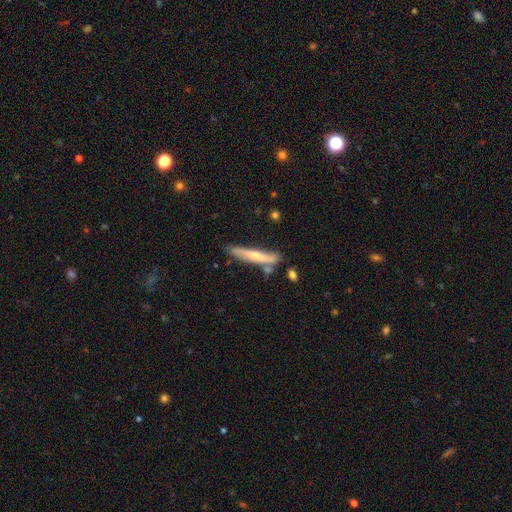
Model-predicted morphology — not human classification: type=featured or disk (48%); merging=none (69%).